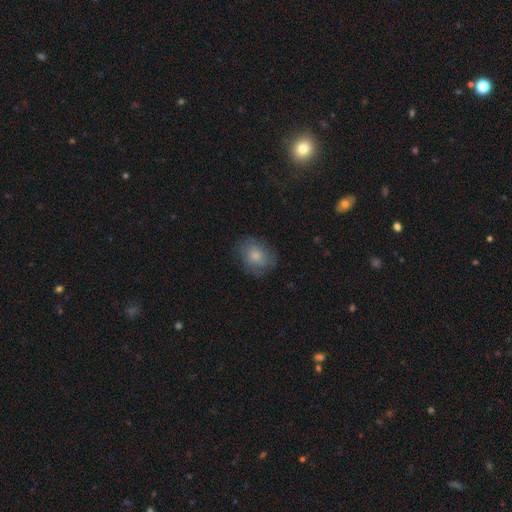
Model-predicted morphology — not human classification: Smooth or featured?
  - smooth: 68% *
  - featured or disk: 24%
  - star or artifact: 8%
How rounded?
  - in between: 54% *
  - round: 45%
  - cigar-shaped: 1%
Merging?
  - none: 72% *
  - minor disturbance: 19%
  - major disturbance: 8%
  - merger: 1%